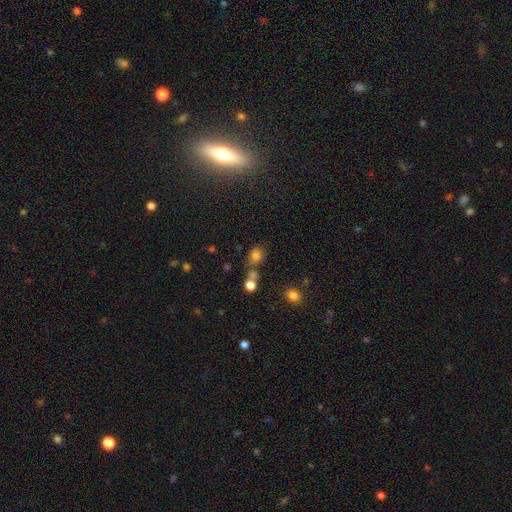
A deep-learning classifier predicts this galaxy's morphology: This is likely a smooth galaxy (74%). How rounded: possibly round (56%). Merging: possibly none (56%).